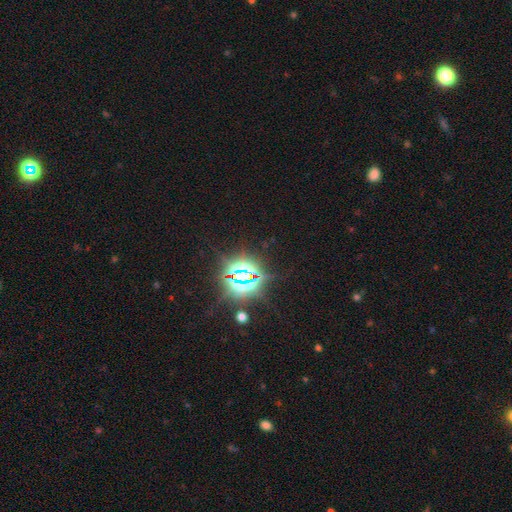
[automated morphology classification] Smooth or featured?
  - star or artifact: 84% *
  - smooth: 10%
  - featured or disk: 6%